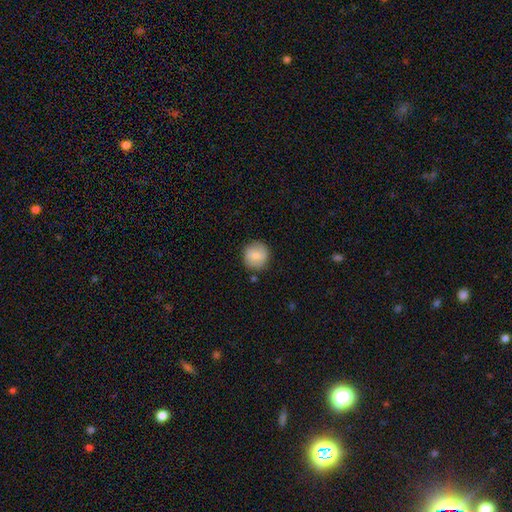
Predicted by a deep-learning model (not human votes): Smooth or featured? smooth (79%)
How rounded? round (93%)
Merging? none (85%)